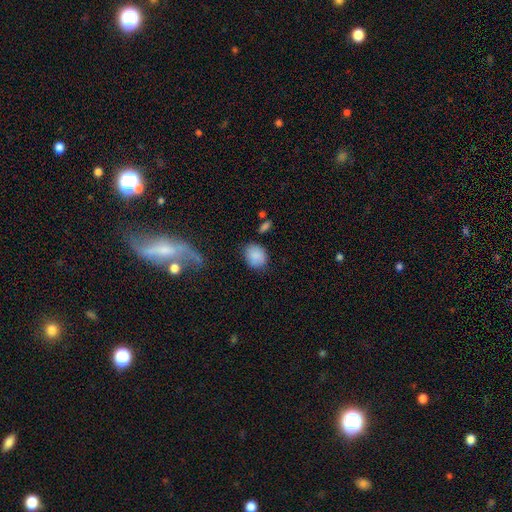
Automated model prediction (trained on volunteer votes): Overall: smooth (86%). How rounded: round (55%; in between 44%). Merging: none (78%).